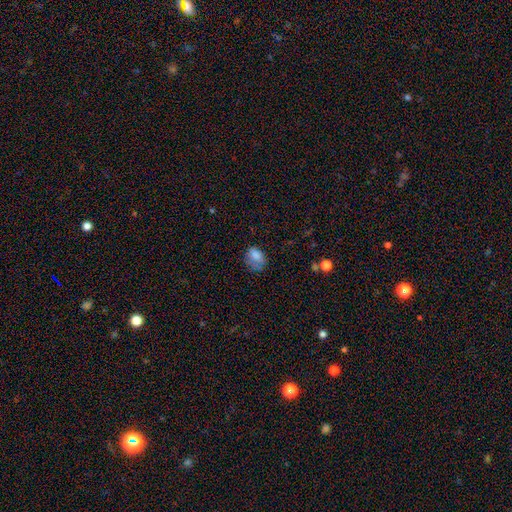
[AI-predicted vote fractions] smooth-or-featured: smooth: 78% | featured or disk: 12% | star or artifact: 10%
  how-rounded: in between: 73% | round: 26% | cigar-shaped: 1%
  merging: none: 46% | minor disturbance: 33% | major disturbance: 19% | merger: 2%